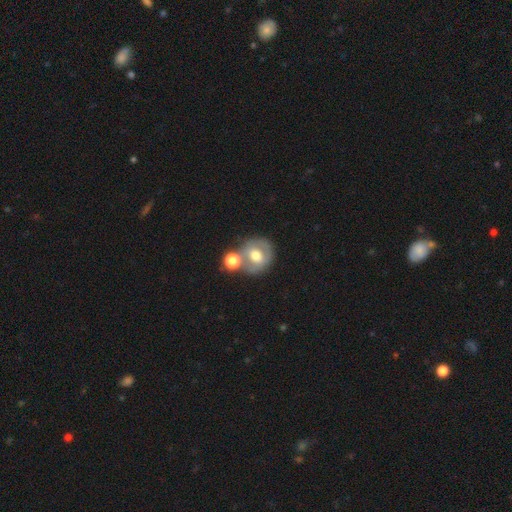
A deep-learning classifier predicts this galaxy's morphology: smooth-or-featured: smooth: 49% | featured or disk: 42% | star or artifact: 9%
  merging: none: 52% | merger: 29% | minor disturbance: 13% | major disturbance: 6%